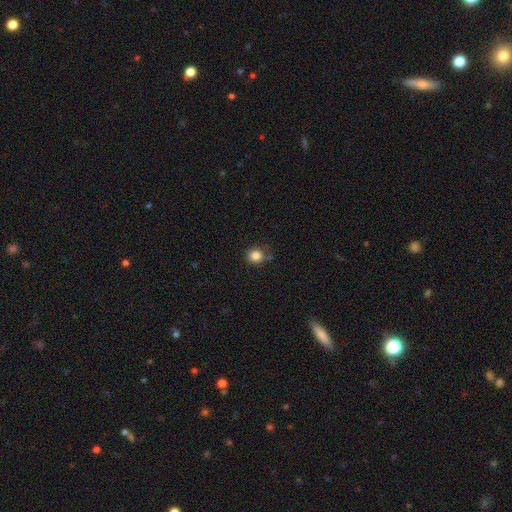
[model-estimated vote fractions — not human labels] The model was most divided on "merging": none: 78%, minor disturbance: 13%, merger: 5%, major disturbance: 4%. More confident: how rounded — round (89%); smooth or featured — smooth (85%).